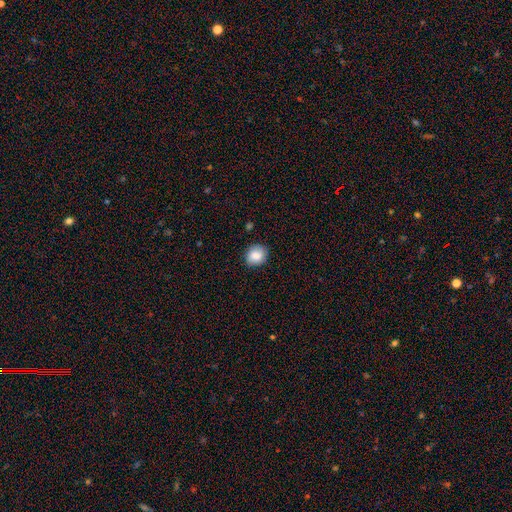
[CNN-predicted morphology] smooth 83%, featured or disk 9%, star or artifact 8%. Down the decision tree: how rounded — round (70%); merging — none (83%).